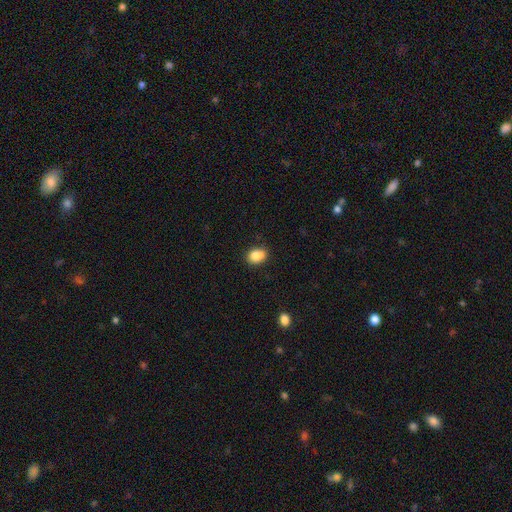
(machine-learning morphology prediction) Q: Smooth or featured?
A: smooth (85%); runner-up: star or artifact (9%)
Q: How rounded?
A: in between (64%); runner-up: round (35%)
Q: Merging?
A: none (74%); runner-up: minor disturbance (18%)